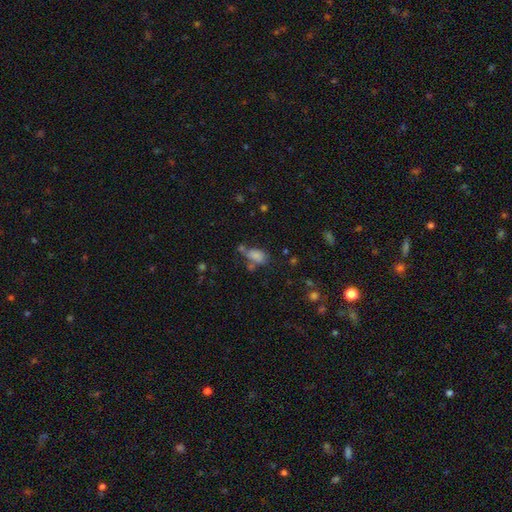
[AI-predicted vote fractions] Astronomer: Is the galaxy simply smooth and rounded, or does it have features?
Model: smooth — 75%.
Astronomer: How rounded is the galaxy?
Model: in between — 88%.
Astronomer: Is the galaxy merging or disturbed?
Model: none — 39% (runner-up: merger, 25%).